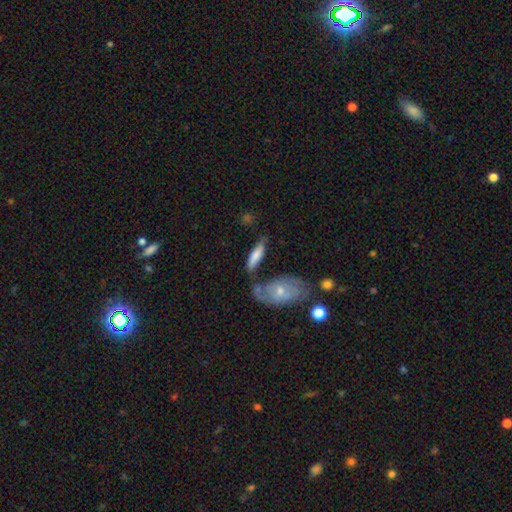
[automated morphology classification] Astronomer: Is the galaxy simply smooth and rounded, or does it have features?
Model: smooth — 65%.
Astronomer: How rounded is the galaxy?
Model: cigar-shaped — 55% (runner-up: in between, 43%).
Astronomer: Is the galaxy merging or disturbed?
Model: none — 49%.